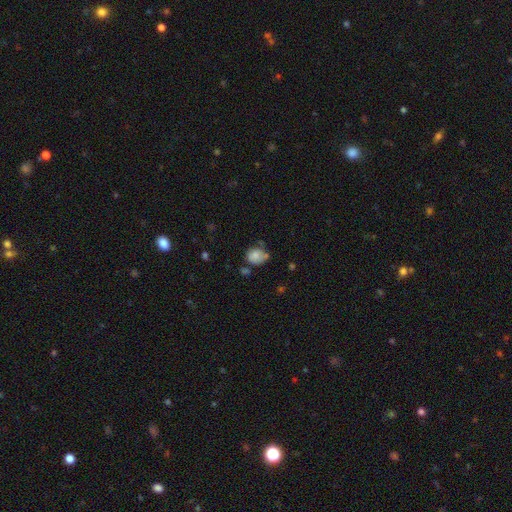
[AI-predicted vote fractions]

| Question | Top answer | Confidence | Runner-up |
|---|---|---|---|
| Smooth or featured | smooth | 78% | featured or disk (12%) |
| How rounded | round | 66% | in between (33%) |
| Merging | none | 53% | minor disturbance (26%) |